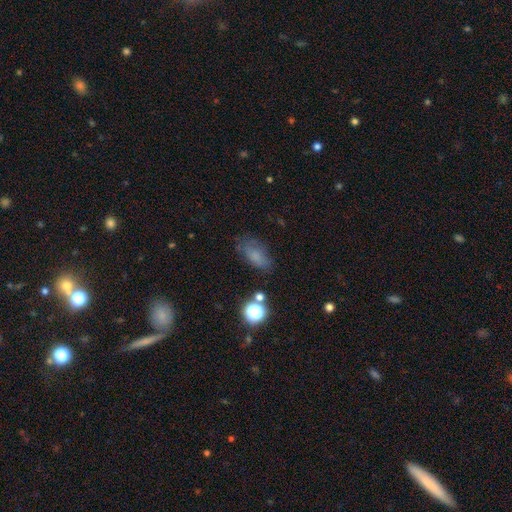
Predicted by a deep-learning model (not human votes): Q: Smooth or featured?
A: smooth (68%); runner-up: star or artifact (17%)
Q: How rounded?
A: in between (85%); runner-up: round (10%)
Q: Merging?
A: none (63%); runner-up: minor disturbance (23%)